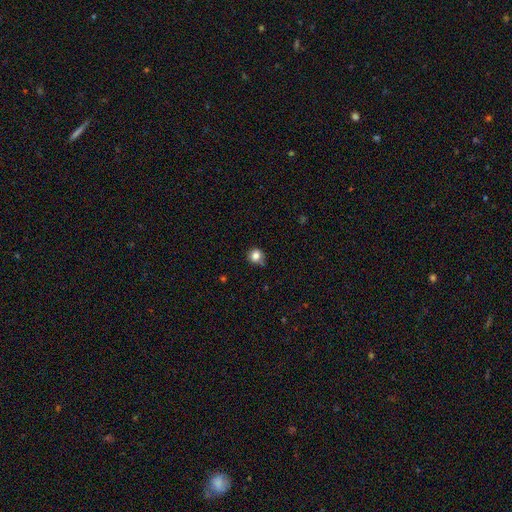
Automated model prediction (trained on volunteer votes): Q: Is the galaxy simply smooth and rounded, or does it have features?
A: smooth — 82%.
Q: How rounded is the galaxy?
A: round — 86%.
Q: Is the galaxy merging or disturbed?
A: none — 71%.